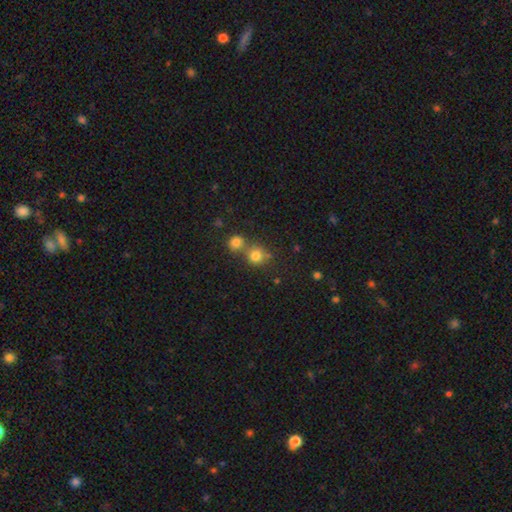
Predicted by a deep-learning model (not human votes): Smooth or featured? Predicted: smooth (p=0.78). How rounded? Predicted: round (p=0.87). Merging? Predicted: none (p=0.53).